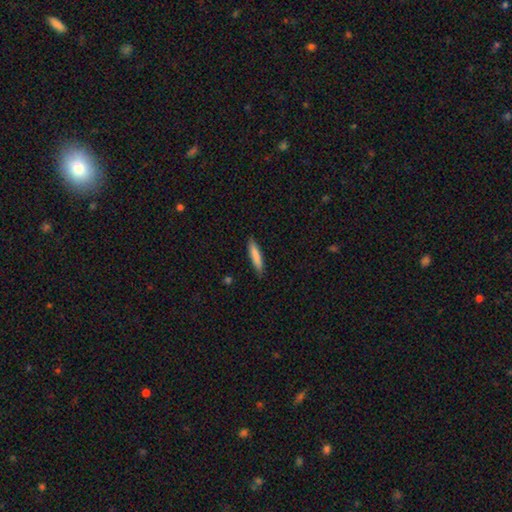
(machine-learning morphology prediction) Overall: smooth (83%). How rounded: cigar-shaped (87%). Merging: none (86%).